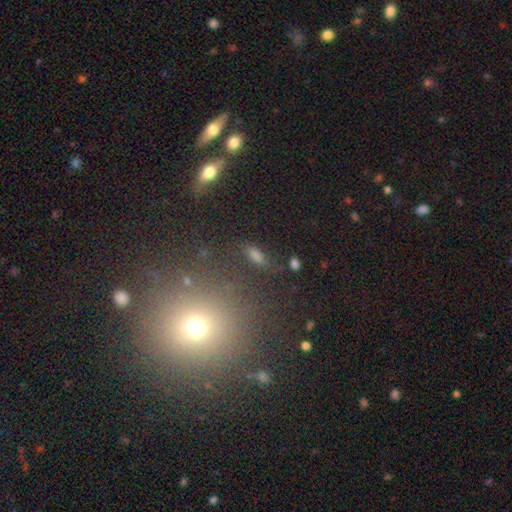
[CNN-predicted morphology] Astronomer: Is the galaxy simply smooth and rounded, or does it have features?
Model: smooth — 65%.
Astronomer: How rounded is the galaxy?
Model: in between — 69%.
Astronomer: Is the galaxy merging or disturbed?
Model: none — 79%.